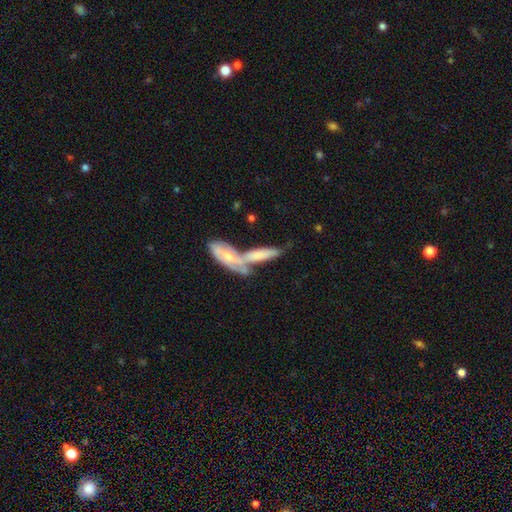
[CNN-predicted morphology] Smooth or featured? featured or disk (52%)
Edge-on disk? no (61%)
Merging? merger (60%)